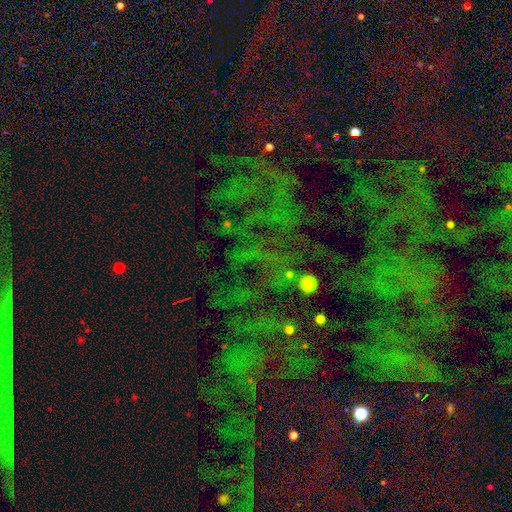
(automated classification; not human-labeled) Smooth or featured: star or artifact — 81% (smooth — 10%)